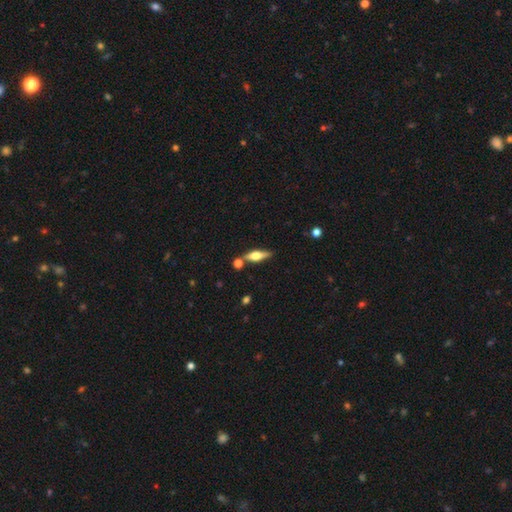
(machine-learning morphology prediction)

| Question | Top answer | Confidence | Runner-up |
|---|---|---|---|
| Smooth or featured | featured or disk | 54% | smooth (39%) |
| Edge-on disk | yes | 94% | no (6%) |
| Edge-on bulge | rounded | 88% | boxy (9%) |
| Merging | none | 75% | minor disturbance (12%) |